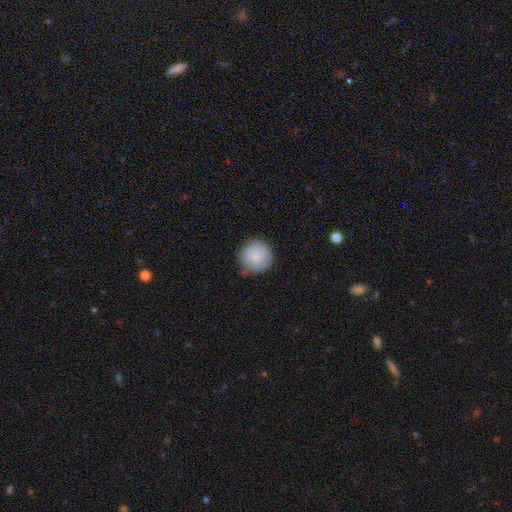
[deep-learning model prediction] A smooth galaxy with no disk features (79%) that is round (95%). Merging: none (77%).